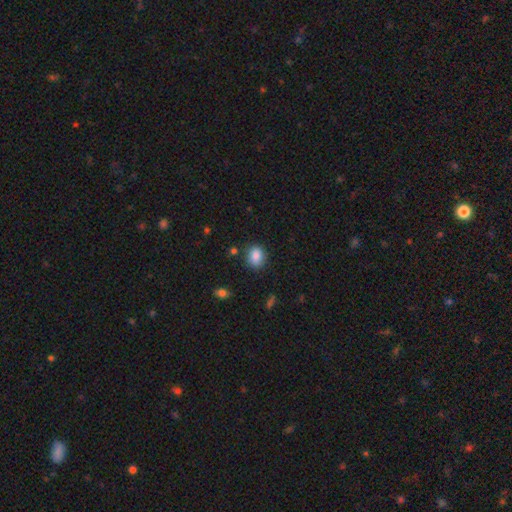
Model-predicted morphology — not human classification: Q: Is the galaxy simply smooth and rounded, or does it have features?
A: smooth — 86%.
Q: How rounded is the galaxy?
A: round — 56%.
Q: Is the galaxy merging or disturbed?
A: none — 84%.